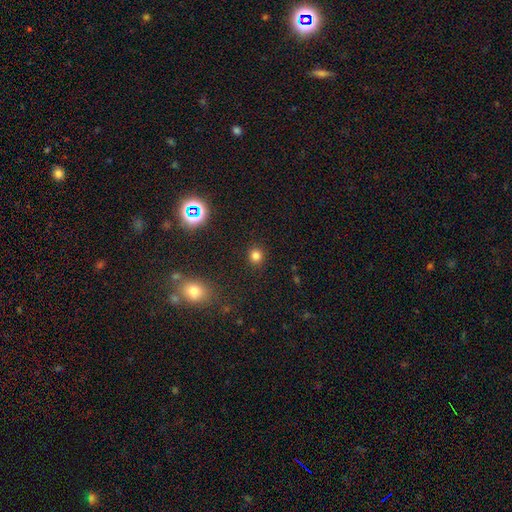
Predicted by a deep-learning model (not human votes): This appears to be a smooth galaxy with no disk features (79%) that is round (89%). Merging: none (90%).